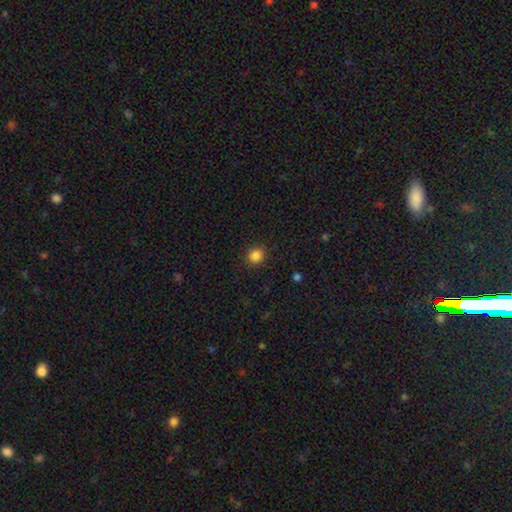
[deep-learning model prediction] Q: Smooth or featured?
A: smooth (86%); runner-up: star or artifact (11%)
Q: How rounded?
A: round (87%); runner-up: in between (13%)
Q: Merging?
A: none (91%); runner-up: minor disturbance (6%)